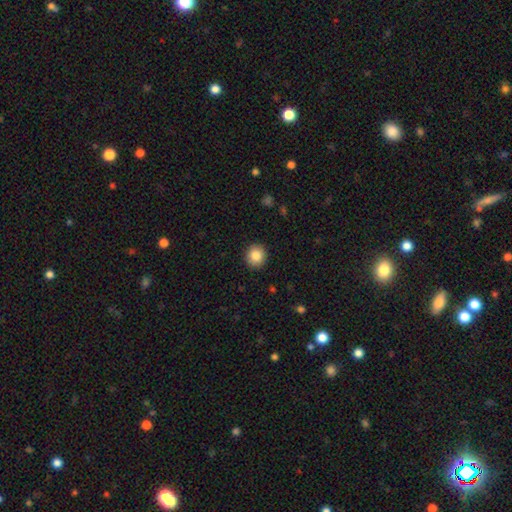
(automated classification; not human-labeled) A smooth galaxy with no disk features (85%) that is round (88%). Merging: none (92%).